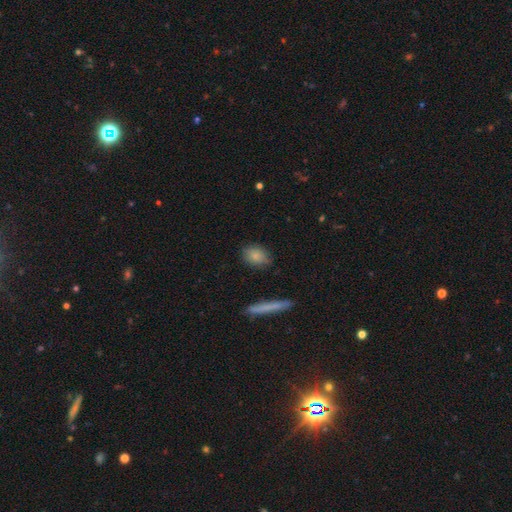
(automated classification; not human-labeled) smooth_or_featured: smooth (p=0.85) [alt: featured or disk p=0.08]
how_rounded: in between (p=0.61) [alt: round p=0.33]
merging: none (p=0.81) [alt: minor disturbance p=0.14]